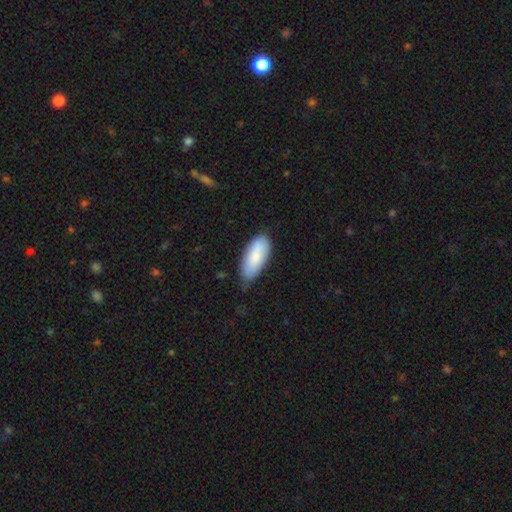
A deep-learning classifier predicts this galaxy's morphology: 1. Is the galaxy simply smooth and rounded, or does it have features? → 85% smooth, 10% featured or disk, 6% star or artifact.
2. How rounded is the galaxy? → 83% in between, 16% cigar-shaped, 2% round.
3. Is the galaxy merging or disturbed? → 68% none, 27% minor disturbance, 4% major disturbance, 2% merger.